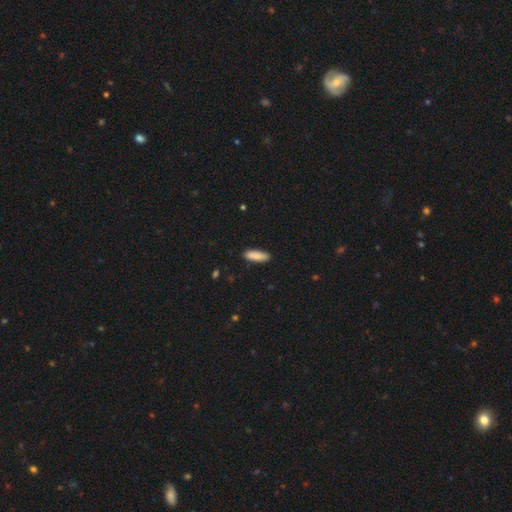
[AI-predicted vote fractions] smooth-or-featured: smooth: 89% | star or artifact: 6% | featured or disk: 6%
  how-rounded: in between: 53% | cigar-shaped: 46% | round: 2%
  merging: none: 88% | minor disturbance: 9% | major disturbance: 2% | merger: 1%